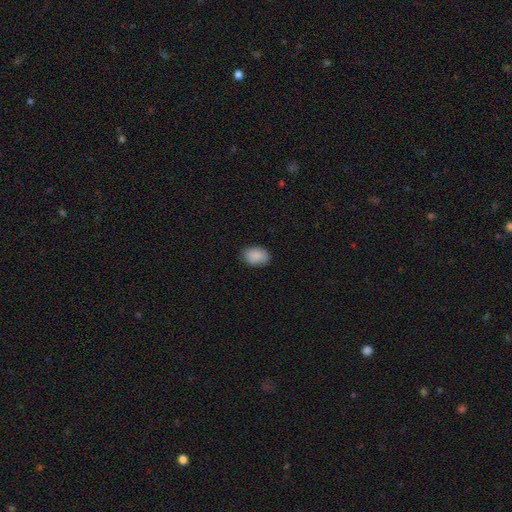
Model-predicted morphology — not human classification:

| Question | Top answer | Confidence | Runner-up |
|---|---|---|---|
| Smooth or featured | smooth | 89% | star or artifact (7%) |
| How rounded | in between | 84% | round (15%) |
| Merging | none | 86% | minor disturbance (11%) |